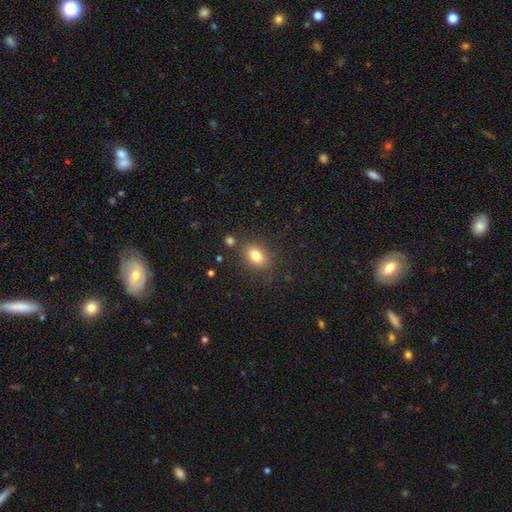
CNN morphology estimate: smooth_or_featured: smooth (p=0.81) [alt: star or artifact p=0.10]
how_rounded: in between (p=0.77) [alt: round p=0.21]
merging: none (p=0.80) [alt: minor disturbance p=0.12]